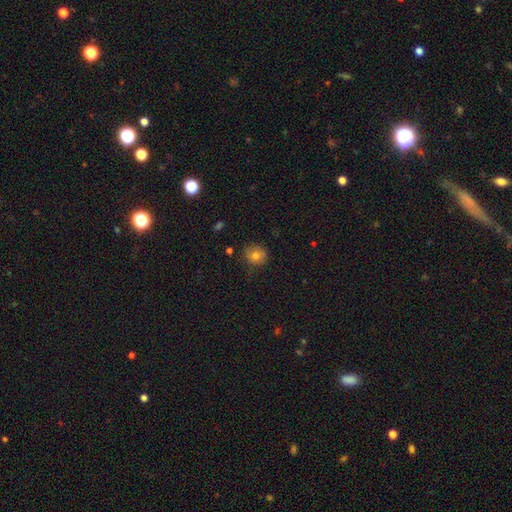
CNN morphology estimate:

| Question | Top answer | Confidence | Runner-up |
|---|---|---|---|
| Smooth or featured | smooth | 77% | featured or disk (12%) |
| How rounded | round | 81% | in between (18%) |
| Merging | none | 77% | minor disturbance (18%) |